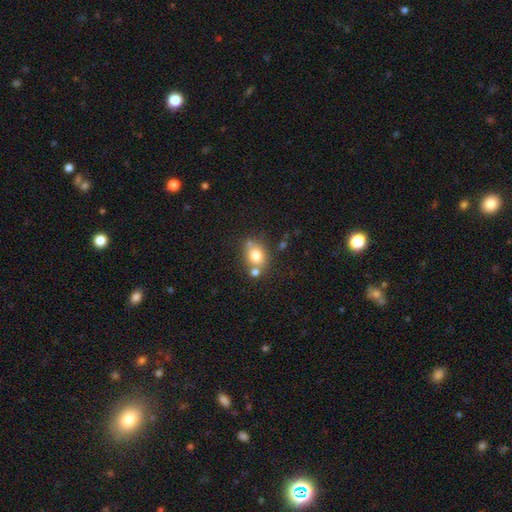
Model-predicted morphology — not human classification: Smooth or featured? Predicted: smooth (p=0.76). How rounded? Predicted: round (p=0.54). Merging? Predicted: none (p=0.63).